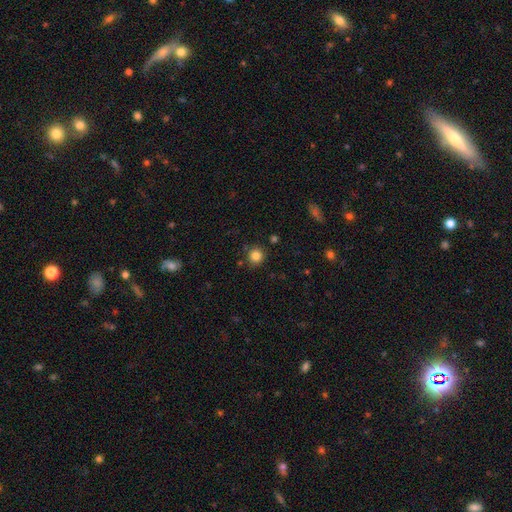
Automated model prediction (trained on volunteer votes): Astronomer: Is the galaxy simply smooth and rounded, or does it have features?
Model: smooth — 84%.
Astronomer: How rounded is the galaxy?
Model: round — 92%.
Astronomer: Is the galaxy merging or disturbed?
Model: none — 85%.